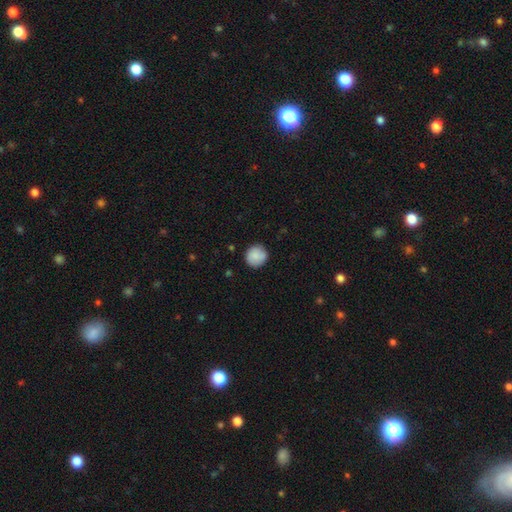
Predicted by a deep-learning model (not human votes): This is clearly a smooth galaxy (85%). How rounded: clearly round (92%). Merging: clearly none (85%).